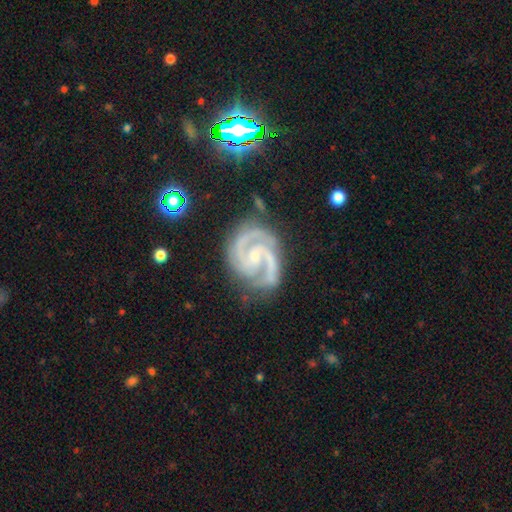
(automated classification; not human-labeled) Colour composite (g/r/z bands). It shows a featured or disk galaxy (93%) with no bar (44%), 2 (84%) medium (52%) spiral arms (99%) and a small central bulge (68%). Merging: none (73%).